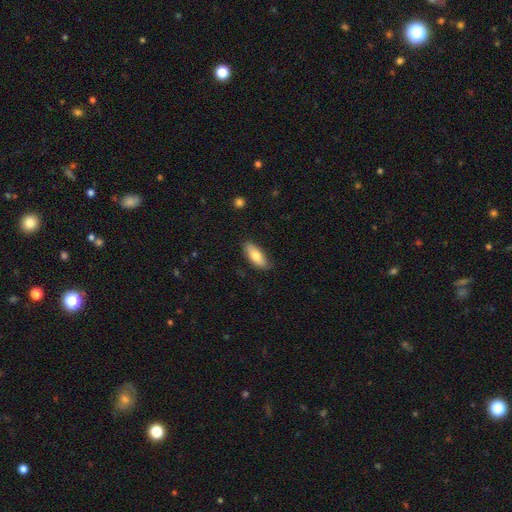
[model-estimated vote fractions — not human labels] Smooth or featured? smooth (73%)
How rounded? in between (77%)
Merging? none (80%)